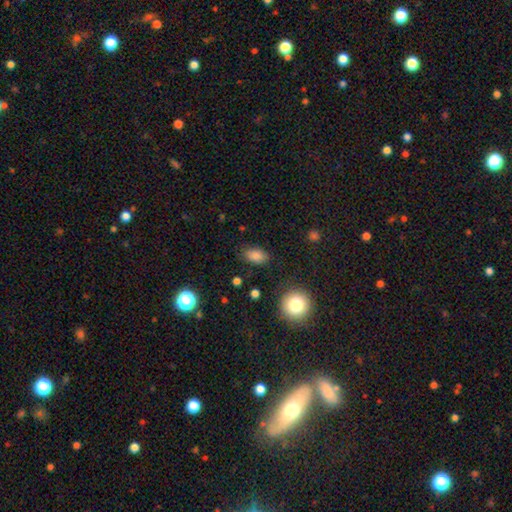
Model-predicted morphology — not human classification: This is clearly a smooth galaxy (83%). How rounded: clearly in between (87%). Merging: clearly none (82%).